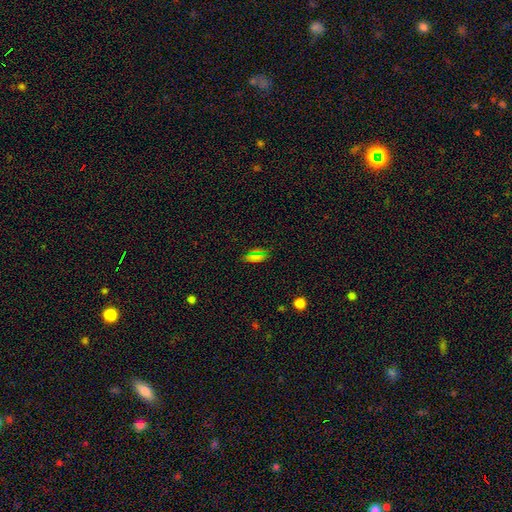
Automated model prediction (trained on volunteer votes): Smooth or featured?
  - smooth: 65% *
  - star or artifact: 26%
  - featured or disk: 9%
How rounded?
  - in between: 83% *
  - cigar-shaped: 9%
  - round: 7%
Merging?
  - none: 81% *
  - minor disturbance: 13%
  - major disturbance: 4%
  - merger: 2%